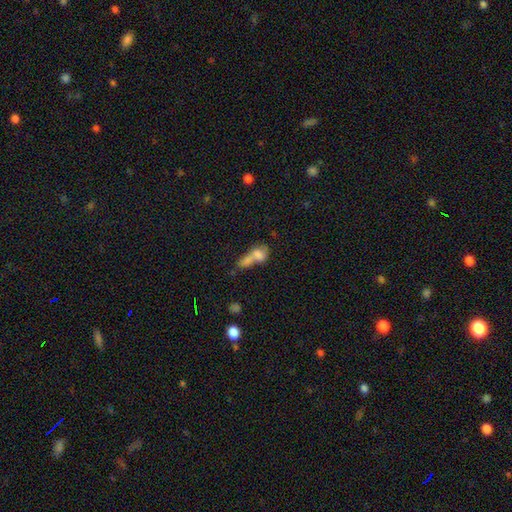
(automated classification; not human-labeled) Overall: smooth (71%). How rounded: in between (63%; round 29%). Merging: merger (71%).